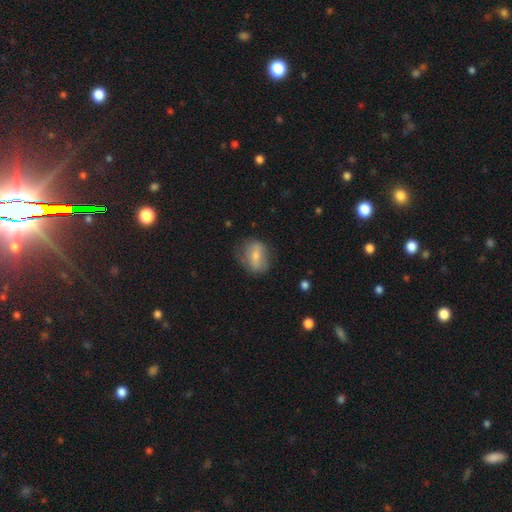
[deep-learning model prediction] Q: Smooth or featured?
A: smooth (59%); runner-up: featured or disk (33%)
Q: How rounded?
A: in between (61%); runner-up: round (36%)
Q: Merging?
A: none (65%); runner-up: minor disturbance (24%)